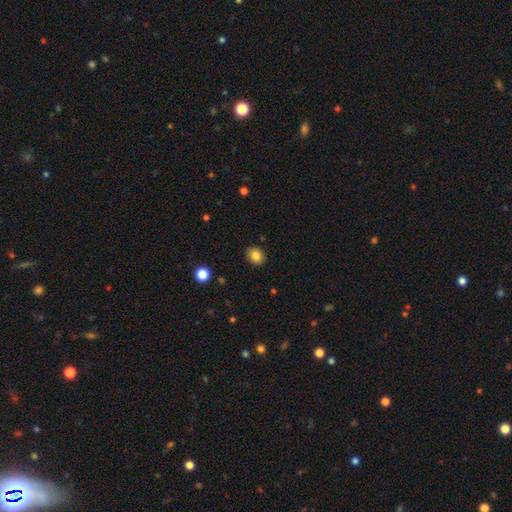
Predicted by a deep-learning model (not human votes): smooth-or-featured: smooth: 84% | star or artifact: 10% | featured or disk: 6%
  how-rounded: round: 66% | in between: 33% | cigar-shaped: 1%
  merging: none: 88% | minor disturbance: 8% | major disturbance: 2% | merger: 1%